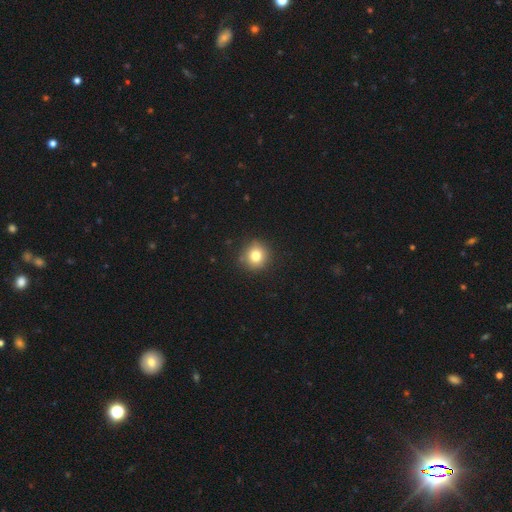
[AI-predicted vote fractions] Smooth or featured? Predicted: smooth (p=0.79). How rounded? Predicted: round (p=0.91). Merging? Predicted: none (p=0.87).